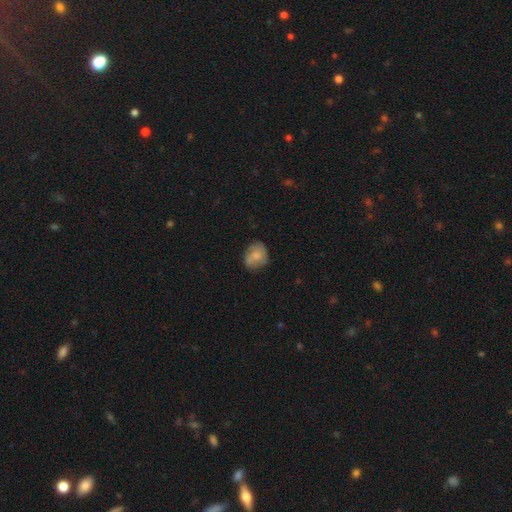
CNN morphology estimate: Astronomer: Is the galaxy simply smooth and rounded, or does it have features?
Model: smooth — 62%.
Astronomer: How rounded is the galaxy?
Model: round — 64%.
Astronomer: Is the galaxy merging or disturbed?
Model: none — 67%.